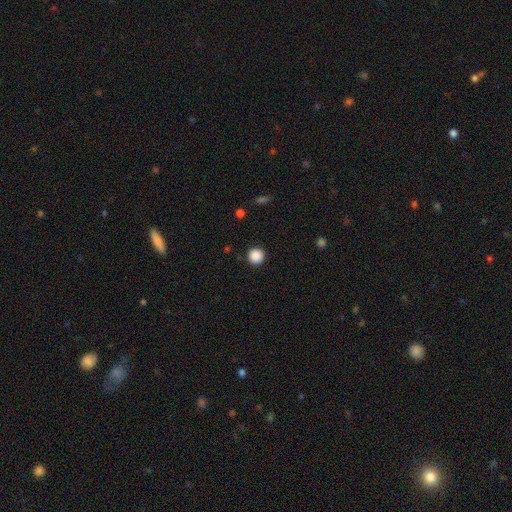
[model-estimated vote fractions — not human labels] smooth-or-featured: smooth: 88% | star or artifact: 10% | featured or disk: 2%
  how-rounded: round: 95% | in between: 4% | cigar-shaped: 1%
  merging: none: 91% | minor disturbance: 5% | major disturbance: 2% | merger: 1%